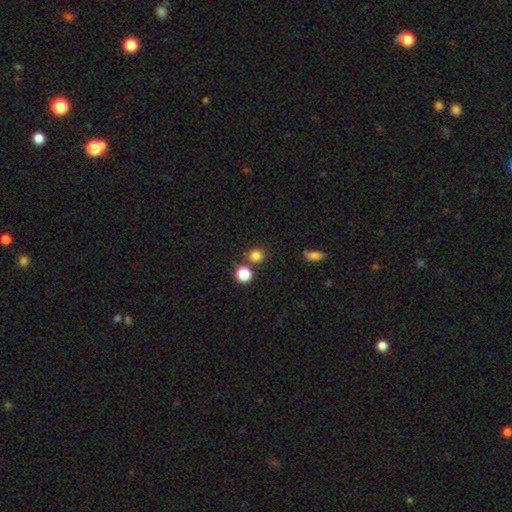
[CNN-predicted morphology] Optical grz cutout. It shows a smooth galaxy with no disk features (81%) that is round (85%). Merging: none (74%).